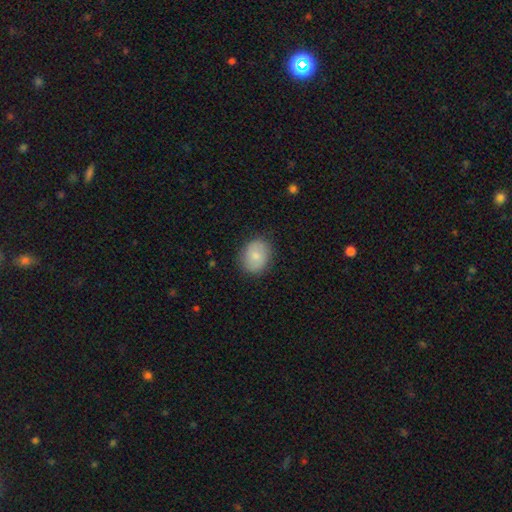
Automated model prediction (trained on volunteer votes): smooth_or_featured: smooth (p=0.75) [alt: featured or disk p=0.18]
how_rounded: round (p=0.56) [alt: in between p=0.43]
merging: none (p=0.85) [alt: minor disturbance p=0.12]